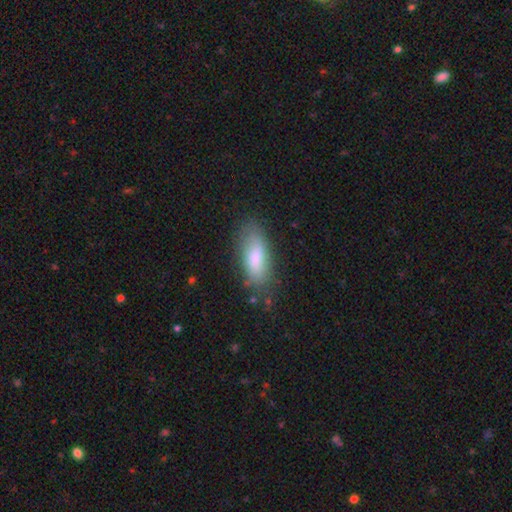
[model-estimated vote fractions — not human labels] This appears to be a smooth galaxy with no disk features (80%) that is in between round and cigar-shaped (75%). Merging: none (75%).